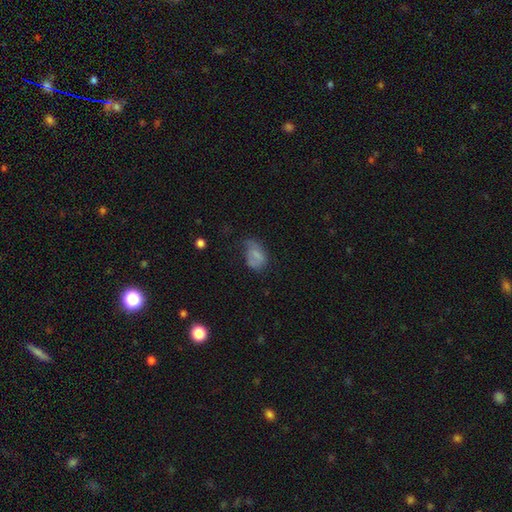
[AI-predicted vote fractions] Smooth or featured: smooth — 66% (featured or disk — 23%)
How rounded: in between — 85% (round — 13%)
Merging: minor disturbance — 34% (none — 32%)